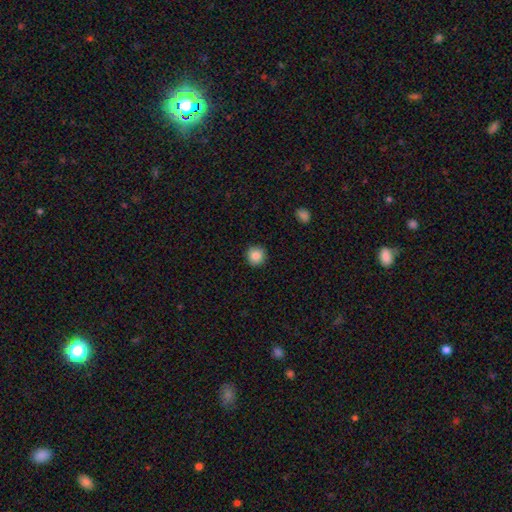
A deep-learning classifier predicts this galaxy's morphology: This is clearly a smooth galaxy (86%). How rounded: clearly round (94%). Merging: clearly none (92%).